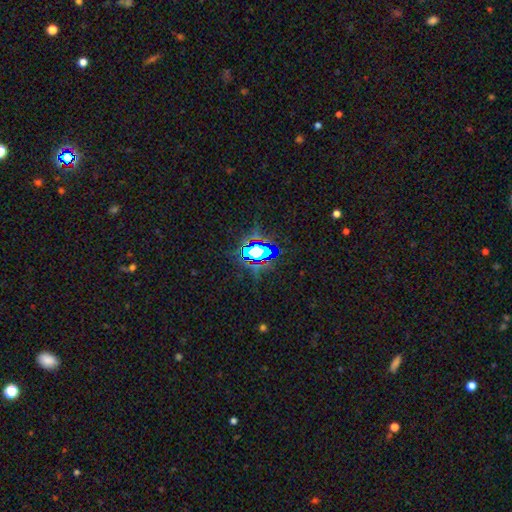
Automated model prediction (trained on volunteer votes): Smooth or featured? Predicted: star or artifact (p=0.67).